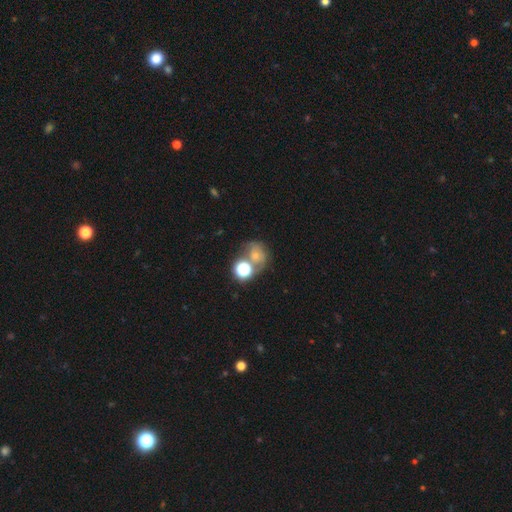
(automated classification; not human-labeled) This appears to be a smooth galaxy with no disk features (53%) that is round (70%). Merging: none (40%).